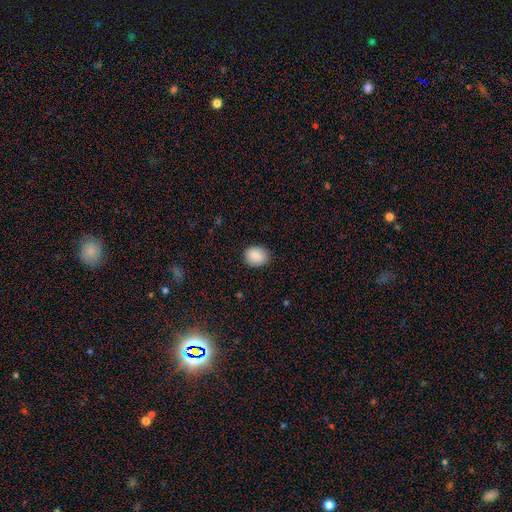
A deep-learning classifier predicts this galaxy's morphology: Overall: smooth (89%). How rounded: round (52%; in between 47%). Merging: none (88%).